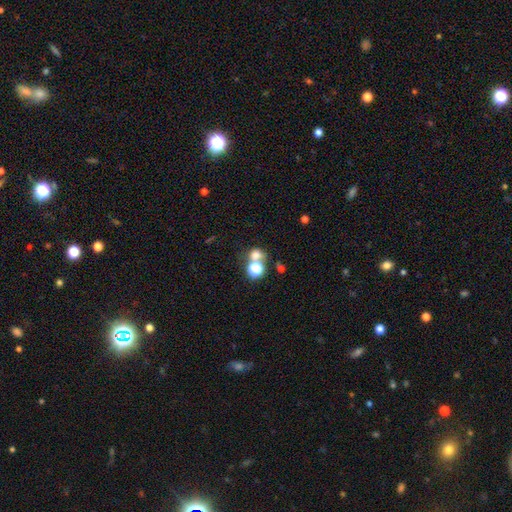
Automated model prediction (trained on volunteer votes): A smooth galaxy with no disk features (67%) that is round (71%).

Vote fractions:
- Smooth or featured? smooth: 67% / star or artifact: 22% / featured or disk: 11%
- How rounded? round: 71% / in between: 28% / cigar-shaped: 1%
- Merging? none: 44% / merger: 41% / minor disturbance: 8% / major disturbance: 6%